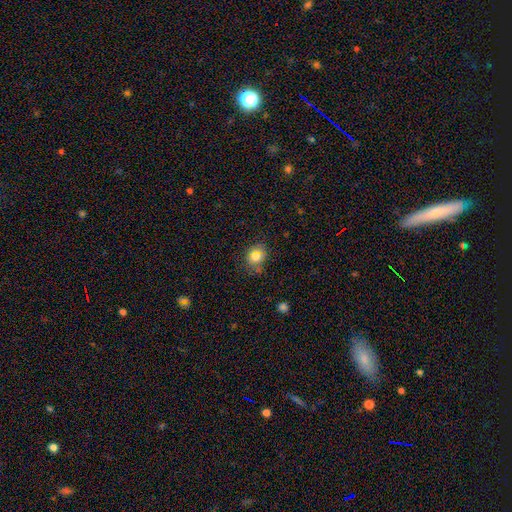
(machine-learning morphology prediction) This appears to be a smooth galaxy with no disk features (80%) that is round (61%). Merging: none (75%).